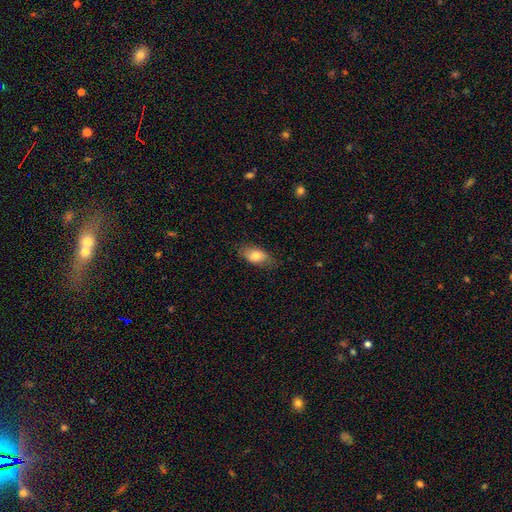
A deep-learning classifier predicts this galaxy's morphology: Q: Smooth or featured?
A: smooth (78%); runner-up: featured or disk (15%)
Q: How rounded?
A: in between (90%); runner-up: round (5%)
Q: Merging?
A: none (79%); runner-up: minor disturbance (16%)